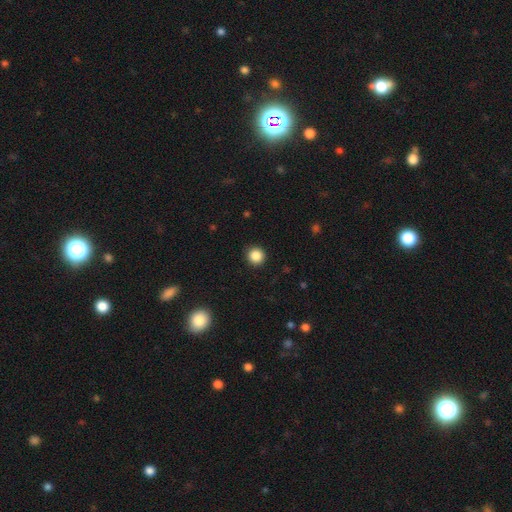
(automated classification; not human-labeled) This appears to be a smooth galaxy with no disk features (86%) that is round (93%). Merging: none (92%).